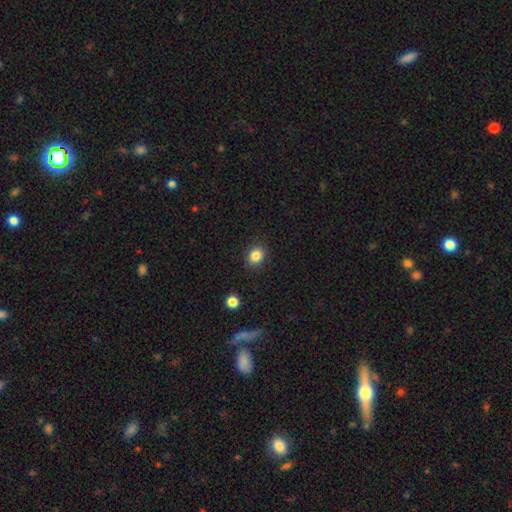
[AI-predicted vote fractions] Overall: smooth (84%). How rounded: round (56%; in between 43%). Merging: none (89%).